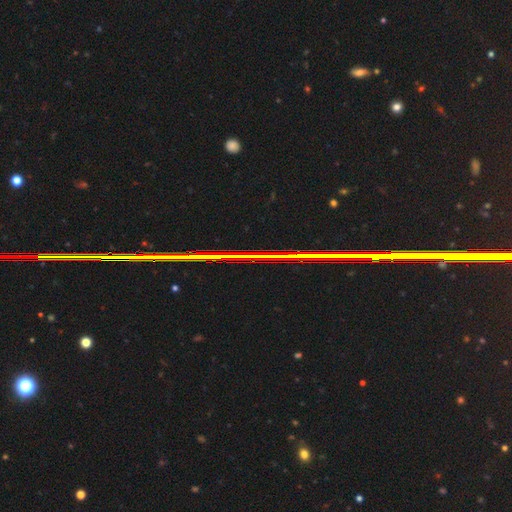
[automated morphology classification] Smooth or featured: star or artifact — 87% (featured or disk — 7%)